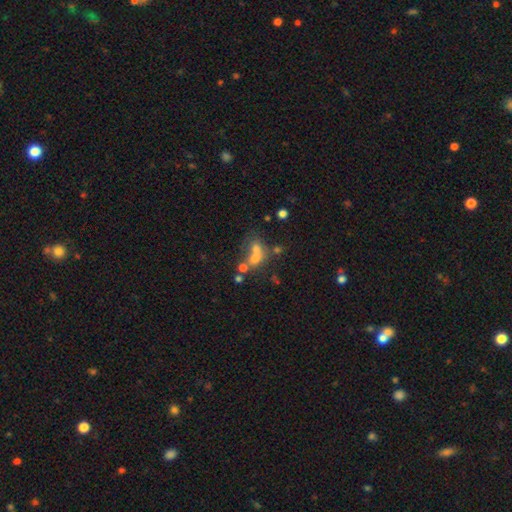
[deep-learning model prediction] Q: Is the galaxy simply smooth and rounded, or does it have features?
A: smooth — 56%.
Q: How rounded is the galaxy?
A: round — 54%.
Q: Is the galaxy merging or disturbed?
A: merger — 56%.